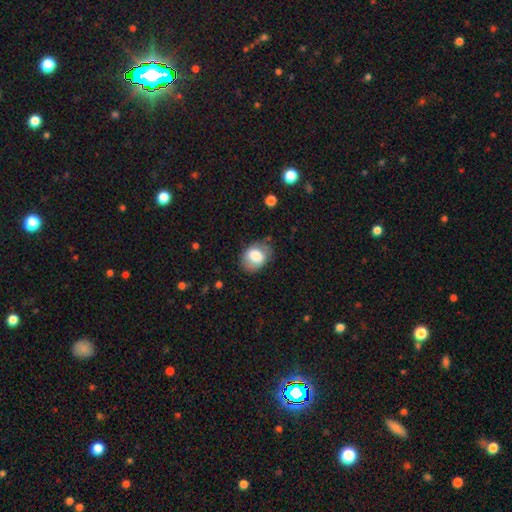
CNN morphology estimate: Overall: smooth (76%). How rounded: in between (64%; round 35%). Merging: none (69%).